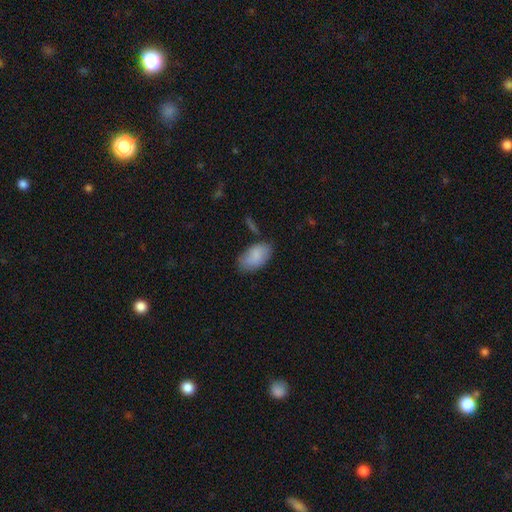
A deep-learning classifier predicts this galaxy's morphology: Smooth or featured: smooth — 85% (featured or disk — 9%)
How rounded: in between — 94% (round — 4%)
Merging: none — 68% (minor disturbance — 21%)